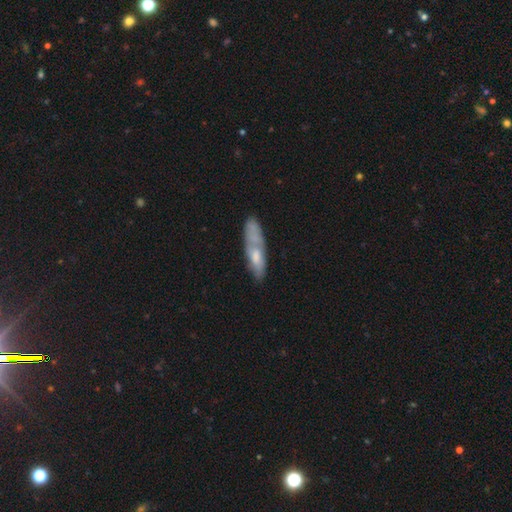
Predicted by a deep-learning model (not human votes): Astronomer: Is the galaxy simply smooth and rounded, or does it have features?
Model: smooth — 53% (runner-up: featured or disk, 40%).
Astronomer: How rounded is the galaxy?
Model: cigar-shaped — 65%.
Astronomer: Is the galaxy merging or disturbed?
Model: none — 55%.